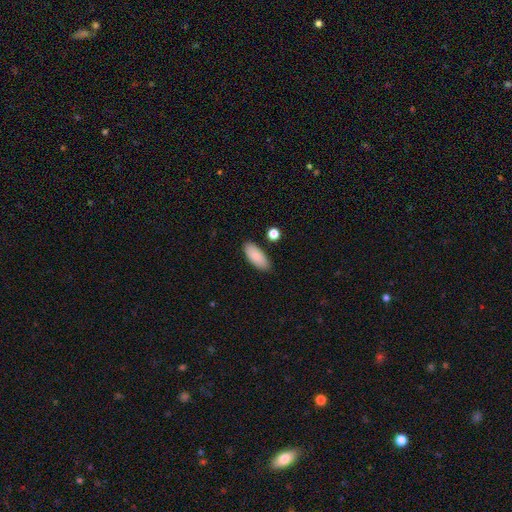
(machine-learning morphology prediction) The model was most divided on "how rounded": in between: 84%, cigar-shaped: 14%, round: 2%. More confident: smooth or featured — smooth (87%); merging — none (83%).